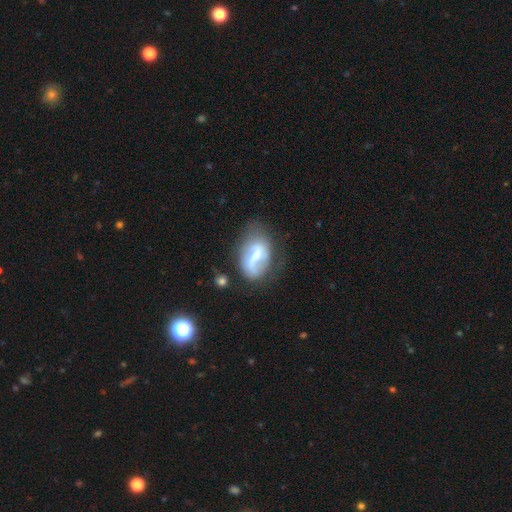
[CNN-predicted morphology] Smooth or featured? Predicted: featured or disk (p=0.62). Edge-on disk? Predicted: no (p=0.95). Bar? Predicted: strong (p=0.44). Spiral arms? Predicted: yes (p=0.71). Bulge size? Predicted: moderate (p=0.38). Merging? Predicted: none (p=0.51).